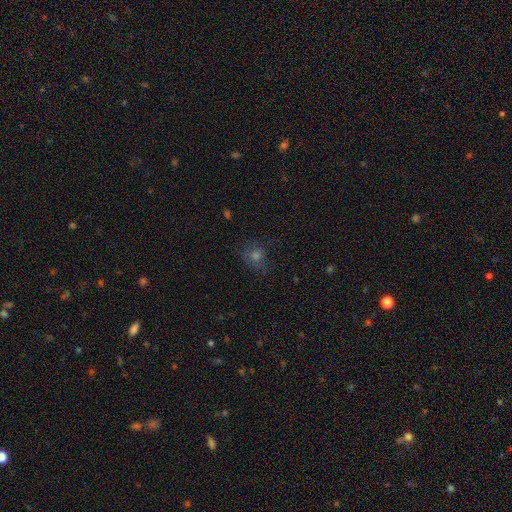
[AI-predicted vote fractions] Smooth or featured: smooth — 56% (star or artifact — 29%)
How rounded: round — 77% (in between — 22%)
Merging: none — 71% (minor disturbance — 18%)